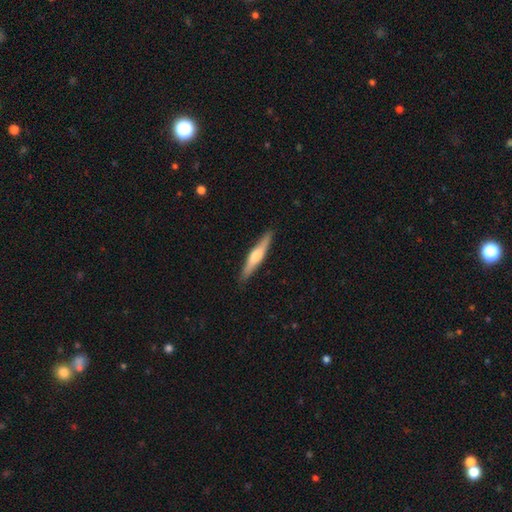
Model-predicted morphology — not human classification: Smooth or featured: featured or disk — 52% (smooth — 43%)
Edge-on disk: yes — 96% (no — 4%)
Merging: none — 89% (minor disturbance — 8%)